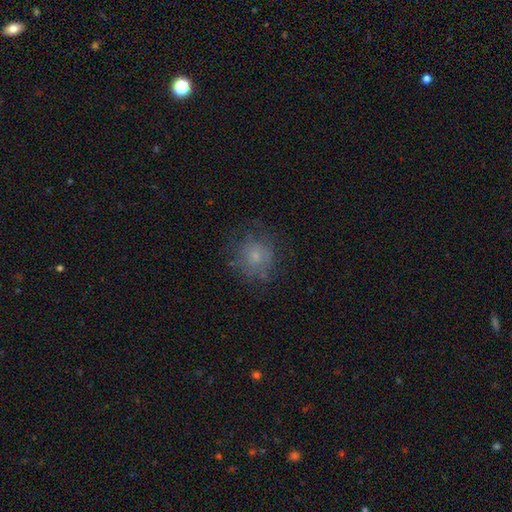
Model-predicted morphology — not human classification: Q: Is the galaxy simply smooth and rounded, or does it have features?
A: smooth — 61%.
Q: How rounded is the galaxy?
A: round — 81%.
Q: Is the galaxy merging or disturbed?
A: none — 65%.